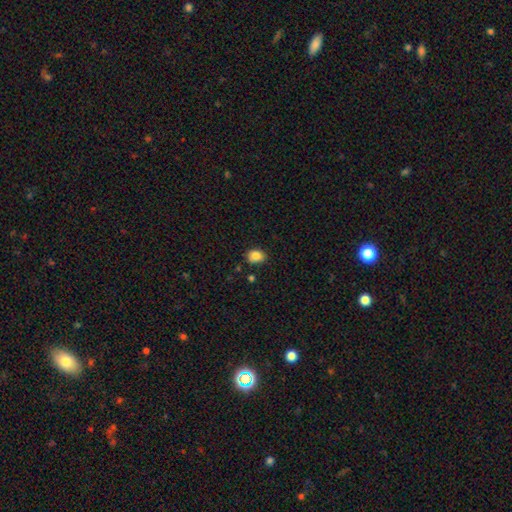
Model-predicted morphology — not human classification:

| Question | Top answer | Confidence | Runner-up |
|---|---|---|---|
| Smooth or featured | smooth | 84% | star or artifact (10%) |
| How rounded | in between | 55% | round (44%) |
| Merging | none | 78% | minor disturbance (16%) |